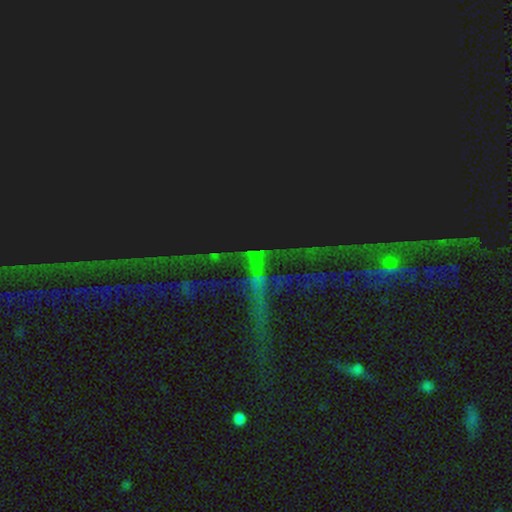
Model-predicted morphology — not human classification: Q: Smooth or featured?
A: star or artifact (83%); runner-up: featured or disk (10%)